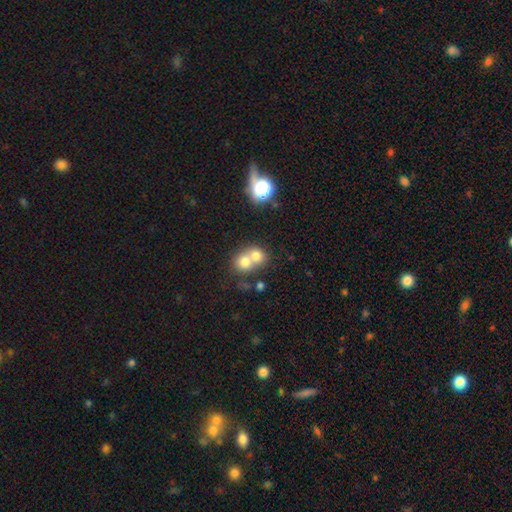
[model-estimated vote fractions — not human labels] Q: Smooth or featured?
A: smooth (72%); runner-up: featured or disk (16%)
Q: How rounded?
A: round (72%); runner-up: in between (27%)
Q: Merging?
A: merger (66%); runner-up: none (27%)